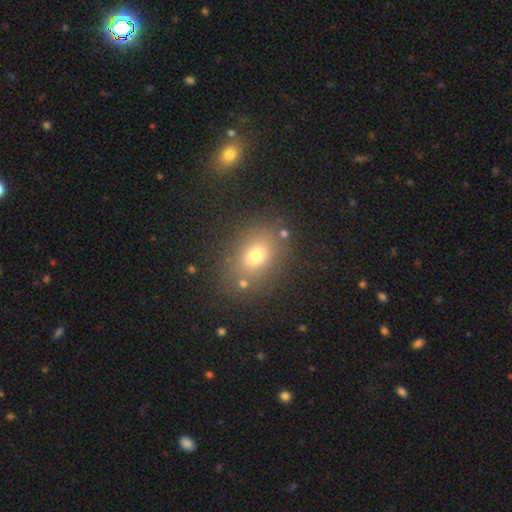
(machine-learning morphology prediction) Q: Smooth or featured?
A: smooth (71%); runner-up: star or artifact (17%)
Q: How rounded?
A: in between (61%); runner-up: round (37%)
Q: Merging?
A: none (79%); runner-up: minor disturbance (11%)